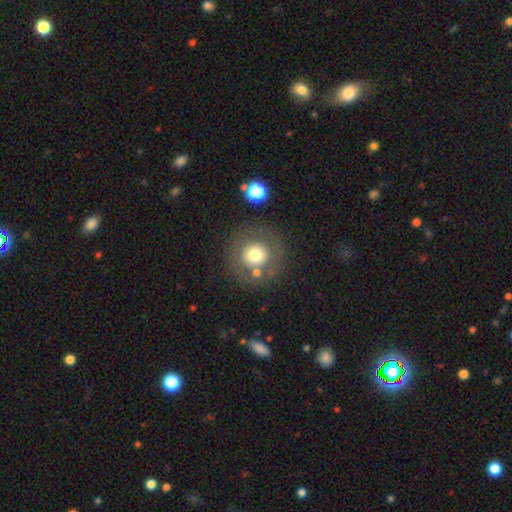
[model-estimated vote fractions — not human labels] Morphology: type=smooth (67%); roundness=round (93%); merging=none (80%).